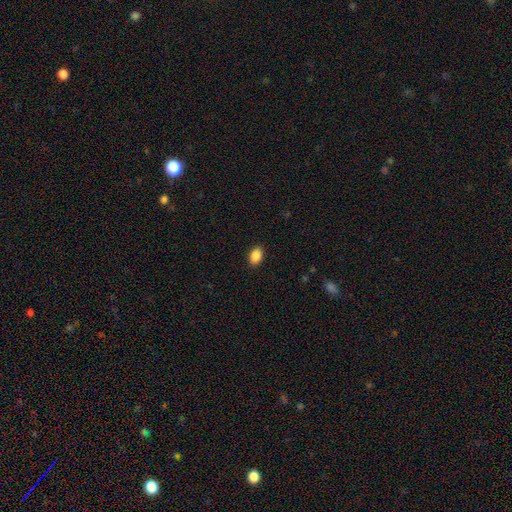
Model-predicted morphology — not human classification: smooth-or-featured: smooth: 88% | star or artifact: 8% | featured or disk: 3%
  how-rounded: in between: 83% | round: 16% | cigar-shaped: 1%
  merging: none: 90% | minor disturbance: 7% | major disturbance: 2% | merger: 1%